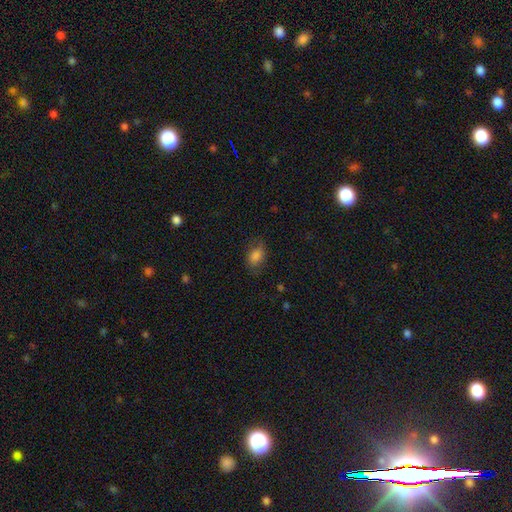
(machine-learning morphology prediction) Overall: smooth (82%). How rounded: in between (78%). Merging: none (70%).